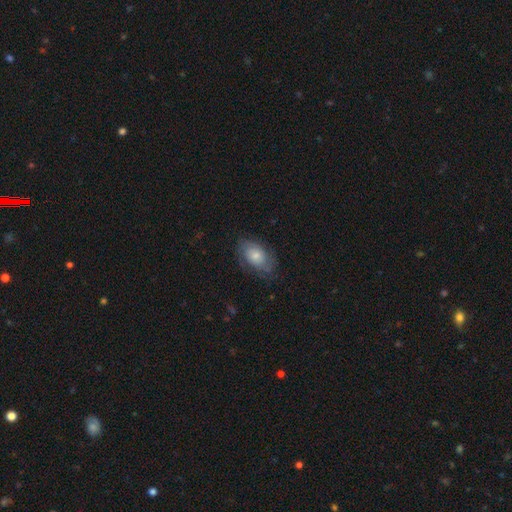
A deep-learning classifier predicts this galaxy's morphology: A smooth galaxy with no disk features (54%) that is in between round and cigar-shaped (88%).

Vote fractions:
- Smooth or featured? smooth: 54% / featured or disk: 39% / star or artifact: 7%
- How rounded? in between: 88% / round: 10% / cigar-shaped: 2%
- Merging? none: 68% / minor disturbance: 22% / major disturbance: 9% / merger: 1%